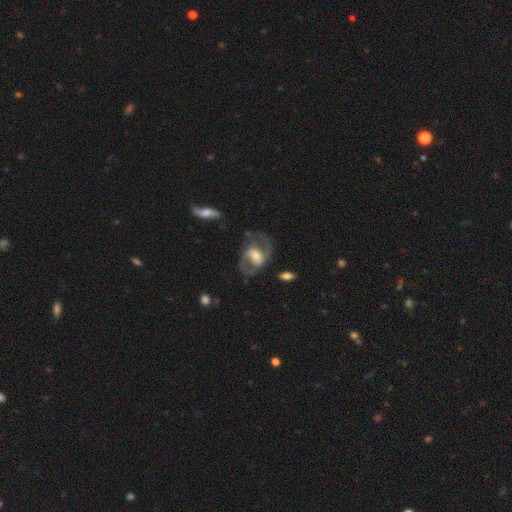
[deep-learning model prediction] Q: Smooth or featured?
A: featured or disk (84%); runner-up: smooth (11%)
Q: Edge-on disk?
A: no (97%); runner-up: yes (3%)
Q: Bar?
A: weak (44%); runner-up: no (32%)
Q: Spiral arms?
A: yes (92%); runner-up: no (8%)
Q: Spiral winding?
A: medium (57%); runner-up: loose (24%)
Q: Spiral arm count?
A: 2 (89%); runner-up: can't tell (5%)
Q: Bulge size?
A: moderate (44%); runner-up: small (34%)
Q: Merging?
A: none (67%); runner-up: minor disturbance (17%)